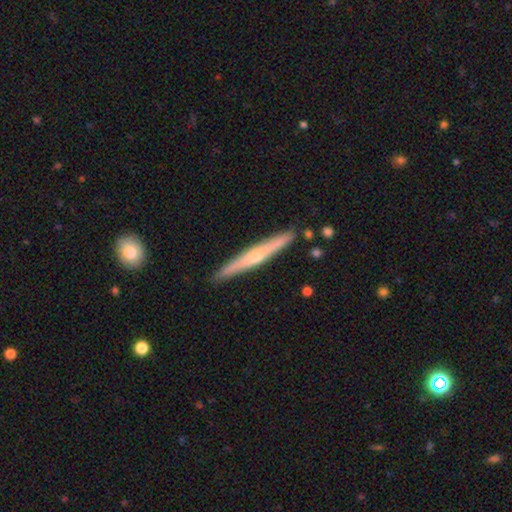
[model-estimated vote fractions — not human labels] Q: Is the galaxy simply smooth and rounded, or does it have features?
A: featured or disk — 60%.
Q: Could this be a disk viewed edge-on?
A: yes — 97%.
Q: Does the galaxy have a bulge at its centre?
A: rounded — 74%.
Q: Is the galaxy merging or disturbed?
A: none — 90%.